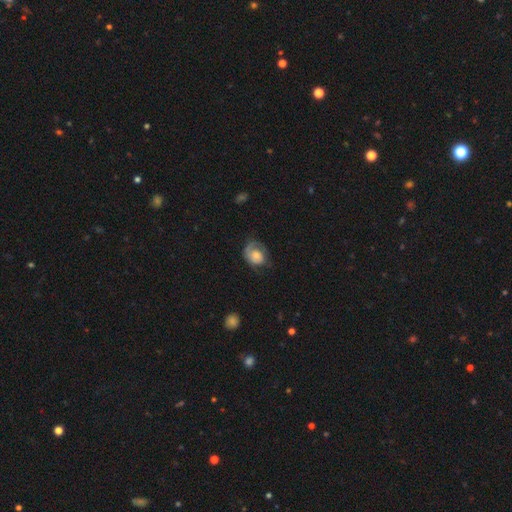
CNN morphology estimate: smooth_or_featured: featured or disk (p=0.56) [alt: smooth p=0.37]
disk_edge_on: no (p=0.97) [alt: yes p=0.03]
bar: no (p=0.77) [alt: weak p=0.20]
has_spiral_arms: yes (p=0.84) [alt: no p=0.16]
bulge_size: moderate (p=0.46) [alt: small p=0.32]
merging: none (p=0.52) [alt: minor disturbance p=0.25]